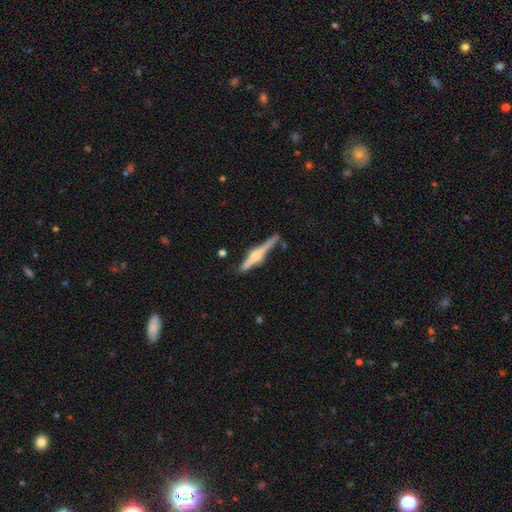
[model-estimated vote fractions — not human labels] Q: Smooth or featured?
A: featured or disk (75%); runner-up: smooth (19%)
Q: Edge-on disk?
A: yes (98%); runner-up: no (2%)
Q: Edge-on bulge?
A: rounded (90%); runner-up: boxy (6%)
Q: Merging?
A: none (77%); runner-up: minor disturbance (15%)